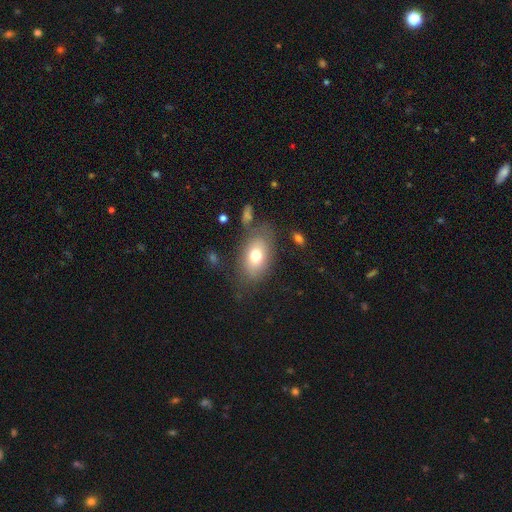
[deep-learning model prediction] Morphology: type=smooth (71%); roundness=in between (87%); merging=none (67%).